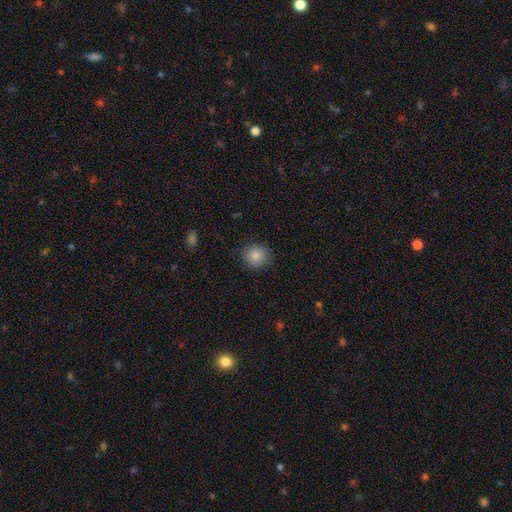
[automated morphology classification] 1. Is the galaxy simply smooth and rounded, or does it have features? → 86% smooth, 9% star or artifact, 4% featured or disk.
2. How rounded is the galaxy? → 88% round, 11% in between, 1% cigar-shaped.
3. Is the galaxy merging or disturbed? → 88% none, 8% minor disturbance, 3% major disturbance, 1% merger.